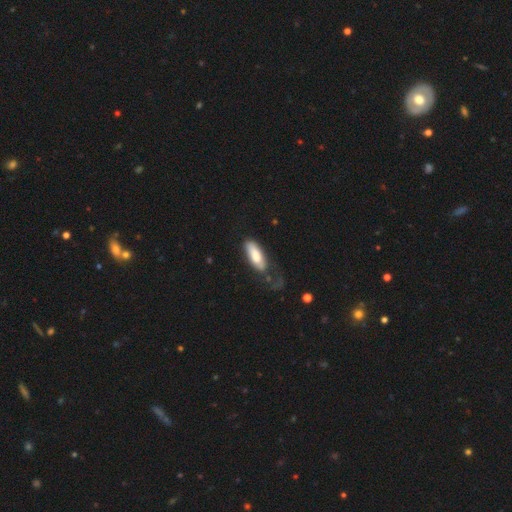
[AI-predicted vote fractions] smooth 74%, featured or disk 20%, star or artifact 6%. Down the decision tree: how rounded — in between (70%); merging — none (39%).